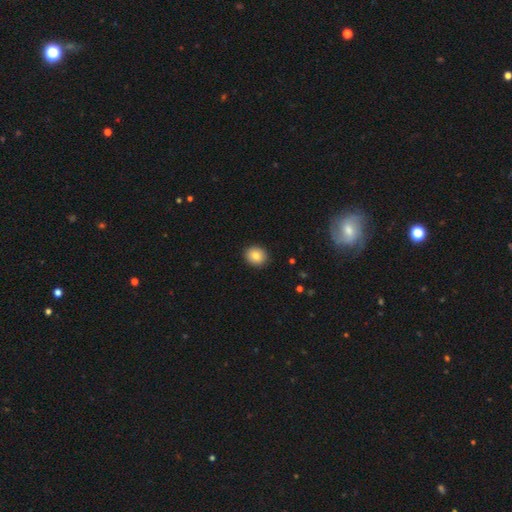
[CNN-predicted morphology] A smooth galaxy with no disk features (83%) that is round (77%).

Vote fractions:
- Smooth or featured? smooth: 83% / star or artifact: 9% / featured or disk: 8%
- How rounded? round: 77% / in between: 22% / cigar-shaped: 1%
- Merging? none: 91% / minor disturbance: 6% / major disturbance: 2% / merger: 1%